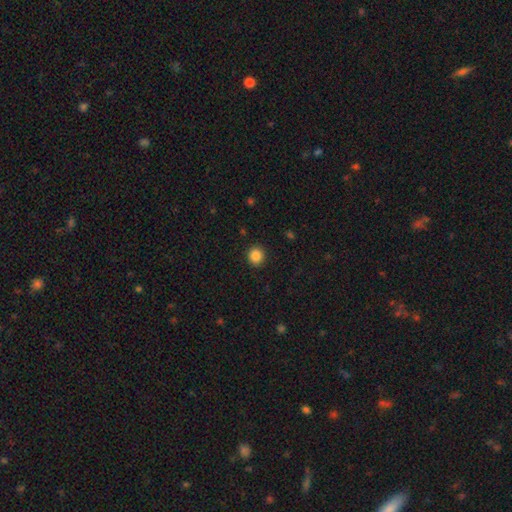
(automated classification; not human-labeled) Smooth or featured? Predicted: smooth (p=0.86). How rounded? Predicted: round (p=0.90). Merging? Predicted: none (p=0.92).